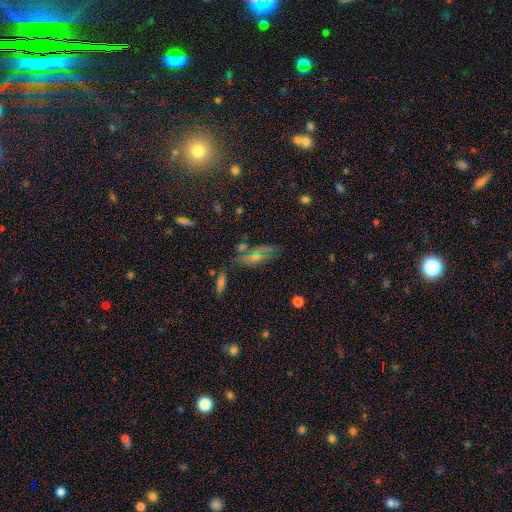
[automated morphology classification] type=smooth (46%); merging=none (65%).